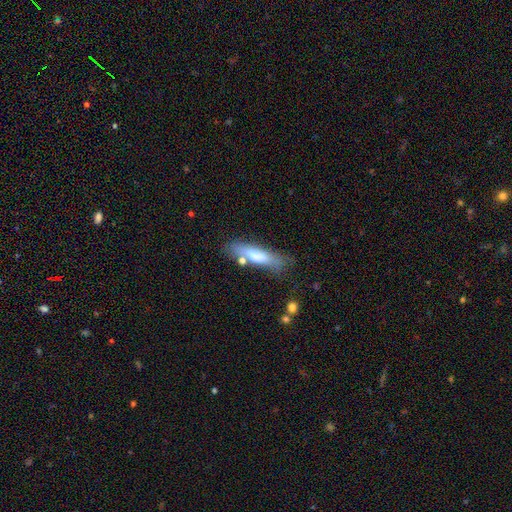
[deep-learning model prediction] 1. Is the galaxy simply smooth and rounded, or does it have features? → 67% smooth, 26% featured or disk, 7% star or artifact.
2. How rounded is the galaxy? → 71% cigar-shaped, 28% in between, 2% round.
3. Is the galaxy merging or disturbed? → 56% none, 23% minor disturbance, 12% merger, 10% major disturbance.